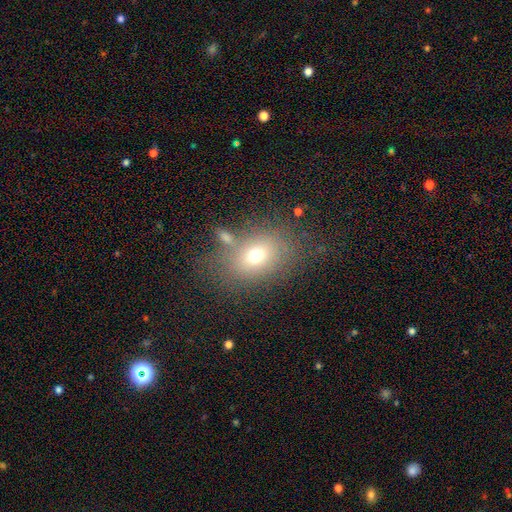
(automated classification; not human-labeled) The model was most divided on "how rounded": in between: 67%, round: 32%, cigar-shaped: 1%. More confident: smooth or featured — smooth (68%); merging — none (66%).